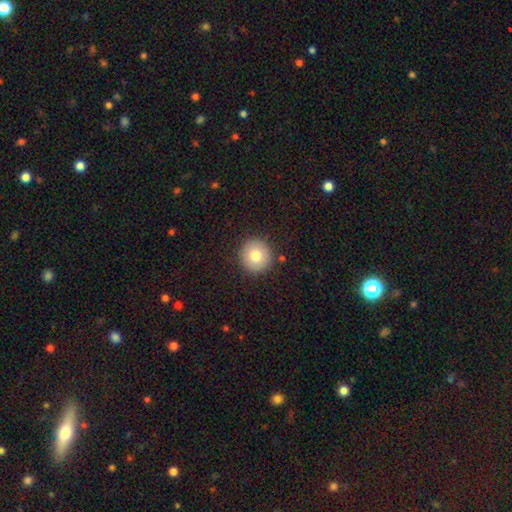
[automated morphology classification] This appears to be a smooth galaxy with no disk features (78%) that is round (94%). Merging: none (90%).